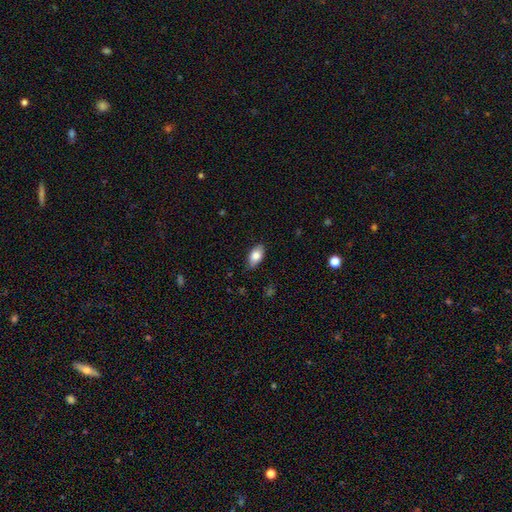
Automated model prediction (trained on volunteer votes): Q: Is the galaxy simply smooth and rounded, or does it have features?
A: smooth — 82%.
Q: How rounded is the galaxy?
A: in between — 91%.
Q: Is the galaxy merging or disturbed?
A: none — 82%.